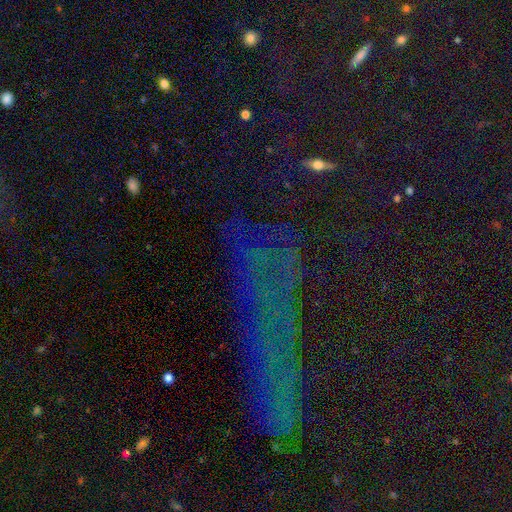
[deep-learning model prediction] A star or artifact, not a galaxy (75%).

Vote fractions:
- Smooth or featured? star or artifact: 75% / smooth: 14% / featured or disk: 12%